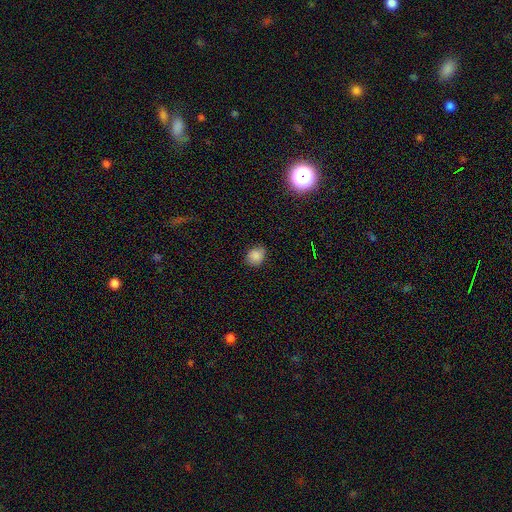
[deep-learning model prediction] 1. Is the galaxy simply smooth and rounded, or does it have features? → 85% smooth, 10% star or artifact, 5% featured or disk.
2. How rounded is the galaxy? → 57% round, 42% in between, 1% cigar-shaped.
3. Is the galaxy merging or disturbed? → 82% none, 14% minor disturbance, 3% major disturbance, 1% merger.